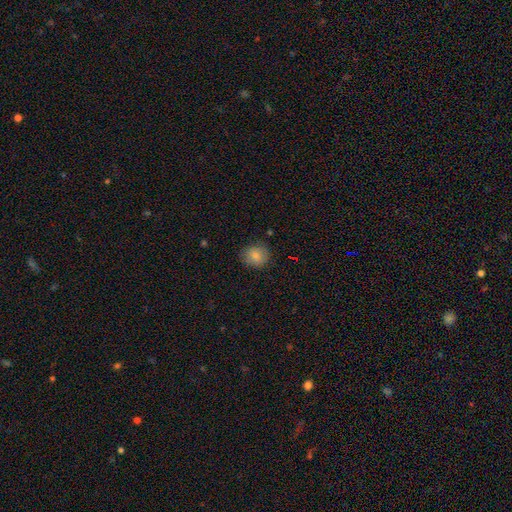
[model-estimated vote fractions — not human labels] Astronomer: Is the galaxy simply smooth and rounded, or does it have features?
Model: smooth — 84%.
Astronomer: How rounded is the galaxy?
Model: round — 80%.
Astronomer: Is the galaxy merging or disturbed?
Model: none — 83%.